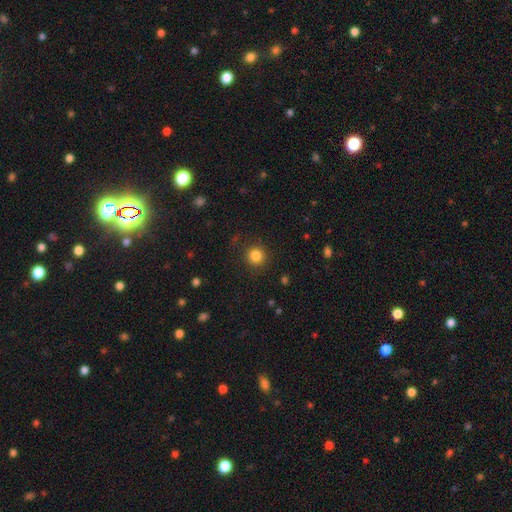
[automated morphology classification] smooth_or_featured: smooth (p=0.84) [alt: star or artifact p=0.11]
how_rounded: round (p=0.94) [alt: in between p=0.06]
merging: none (p=0.89) [alt: minor disturbance p=0.07]